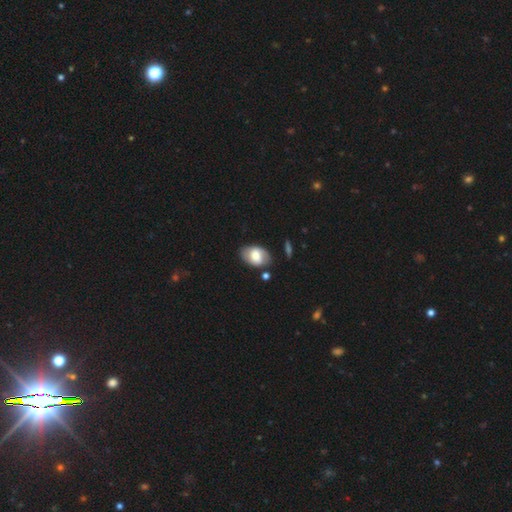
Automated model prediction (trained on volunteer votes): smooth_or_featured: smooth (p=0.61) [alt: featured or disk p=0.31]
how_rounded: in between (p=0.86) [alt: round p=0.13]
merging: none (p=0.70) [alt: minor disturbance p=0.20]